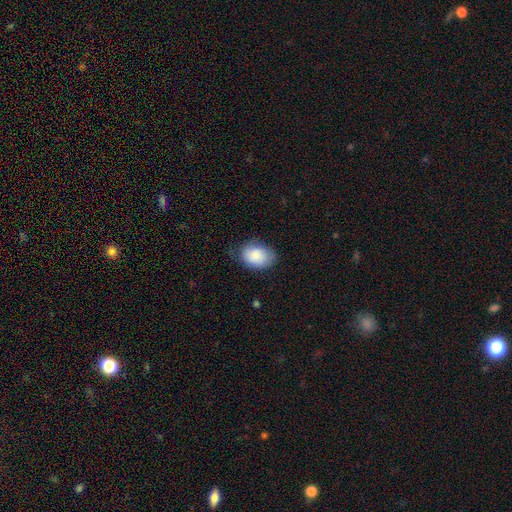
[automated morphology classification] A smooth galaxy with no disk features (85%) that is in between round and cigar-shaped (78%).

Vote fractions:
- Smooth or featured? smooth: 85% / featured or disk: 8% / star or artifact: 7%
- How rounded? in between: 78% / round: 21% / cigar-shaped: 1%
- Merging? none: 69% / minor disturbance: 24% / major disturbance: 6% / merger: 1%